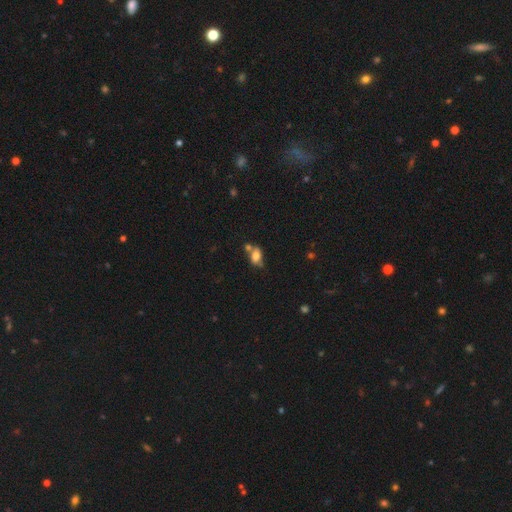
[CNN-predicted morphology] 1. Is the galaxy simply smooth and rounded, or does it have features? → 72% smooth, 17% featured or disk, 11% star or artifact.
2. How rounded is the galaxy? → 80% in between, 16% round, 4% cigar-shaped.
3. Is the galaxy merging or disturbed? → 42% none, 30% merger, 20% minor disturbance, 8% major disturbance.